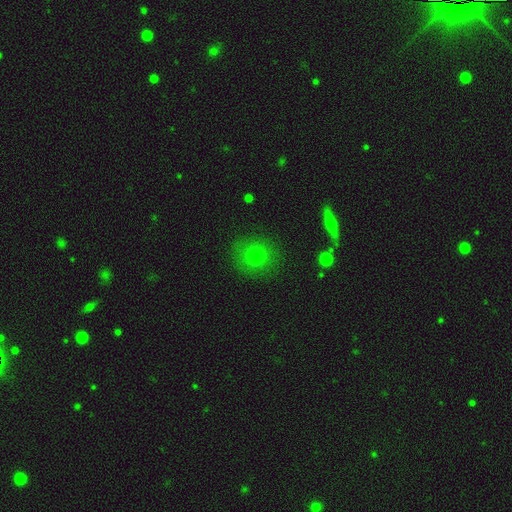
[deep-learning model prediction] A smooth galaxy with no disk features (75%) that is round (91%).

Vote fractions:
- Smooth or featured? smooth: 75% / star or artifact: 14% / featured or disk: 11%
- How rounded? round: 91% / in between: 8% / cigar-shaped: 1%
- Merging? none: 86% / minor disturbance: 9% / major disturbance: 4% / merger: 2%